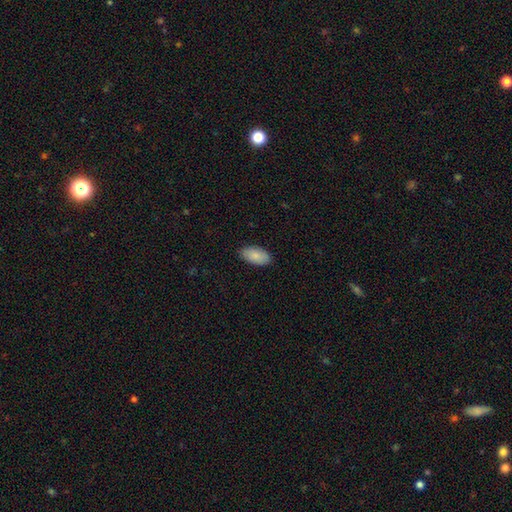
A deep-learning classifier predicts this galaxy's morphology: A smooth galaxy with no disk features (85%) that is in between round and cigar-shaped (94%).

Vote fractions:
- Smooth or featured? smooth: 85% / featured or disk: 9% / star or artifact: 6%
- How rounded? in between: 94% / cigar-shaped: 3% / round: 2%
- Merging? none: 87% / minor disturbance: 11% / major disturbance: 2% / merger: 1%